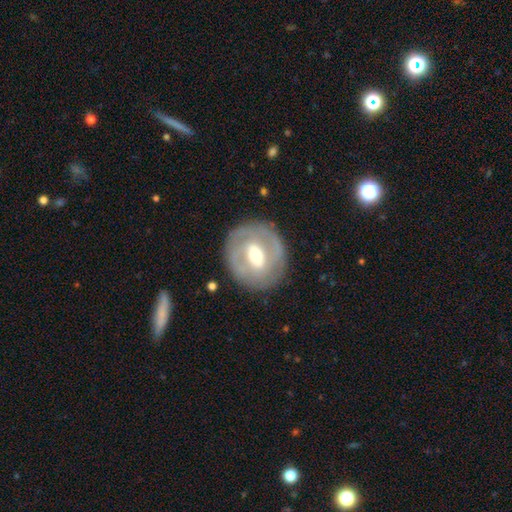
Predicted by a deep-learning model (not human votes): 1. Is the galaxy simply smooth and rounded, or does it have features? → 70% featured or disk, 24% smooth, 6% star or artifact.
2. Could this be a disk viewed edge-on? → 95% no, 5% yes.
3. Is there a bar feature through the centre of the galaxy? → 45% weak, 37% strong, 18% no.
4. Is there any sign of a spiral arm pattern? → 62% yes, 38% no.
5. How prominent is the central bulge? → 66% moderate, 22% small, 10% large, 1% dominant, 1% none.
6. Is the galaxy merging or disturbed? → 82% none, 11% minor disturbance, 5% major disturbance, 1% merger.